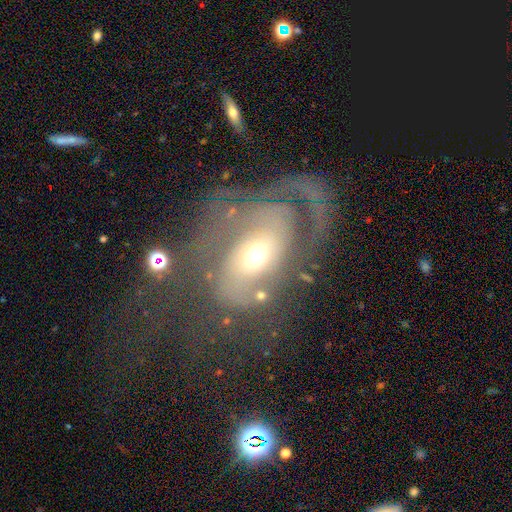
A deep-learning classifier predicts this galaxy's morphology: featured or disk 78%, smooth 14%, star or artifact 7%. Down the decision tree: edge-on disk — no (96%); bar — no (59%); spiral arms — yes (88%); spiral arm count — 2 (65%); spiral winding — medium (41%); bulge size — moderate (63%); merging — none (41%).